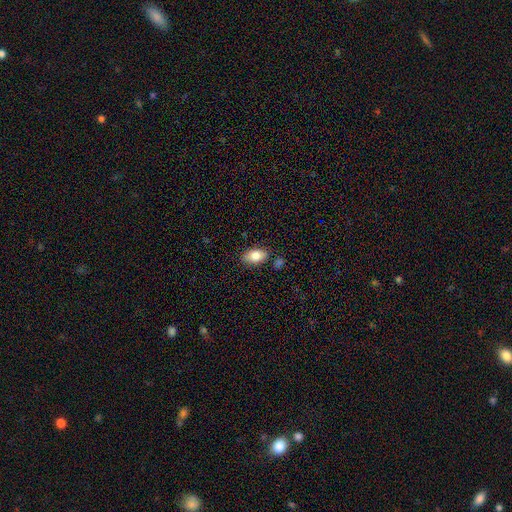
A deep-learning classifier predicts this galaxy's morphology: Smooth or featured?
  - smooth: 82% *
  - featured or disk: 11%
  - star or artifact: 7%
How rounded?
  - in between: 91% *
  - round: 6%
  - cigar-shaped: 3%
Merging?
  - none: 81% *
  - minor disturbance: 13%
  - merger: 4%
  - major disturbance: 3%